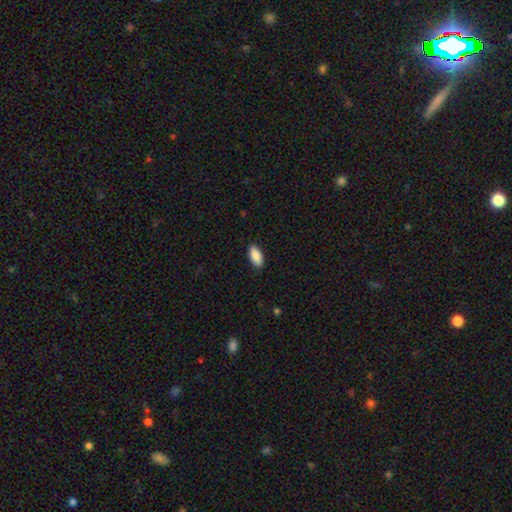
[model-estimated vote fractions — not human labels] Smooth or featured? smooth (89%)
How rounded? in between (90%)
Merging? none (88%)